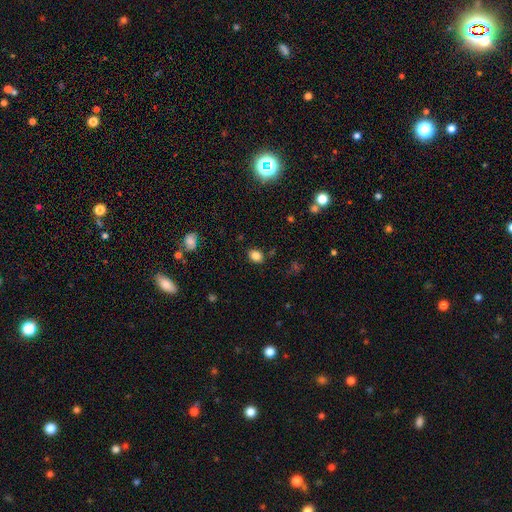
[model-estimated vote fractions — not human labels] A smooth galaxy with no disk features (83%) that is in between round and cigar-shaped (67%).

Vote fractions:
- Smooth or featured? smooth: 83% / star or artifact: 11% / featured or disk: 5%
- How rounded? in between: 67% / round: 32% / cigar-shaped: 1%
- Merging? none: 84% / minor disturbance: 11% / major disturbance: 3% / merger: 2%